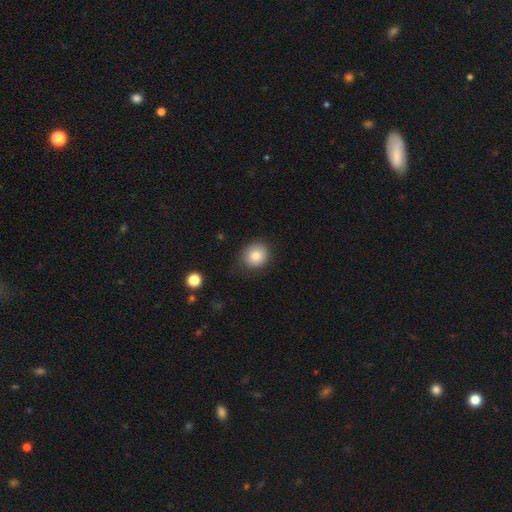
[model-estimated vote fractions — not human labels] Smooth or featured?
  - smooth: 83% *
  - star or artifact: 9%
  - featured or disk: 8%
How rounded?
  - round: 75% *
  - in between: 25%
  - cigar-shaped: 1%
Merging?
  - none: 80% *
  - minor disturbance: 14%
  - major disturbance: 4%
  - merger: 1%